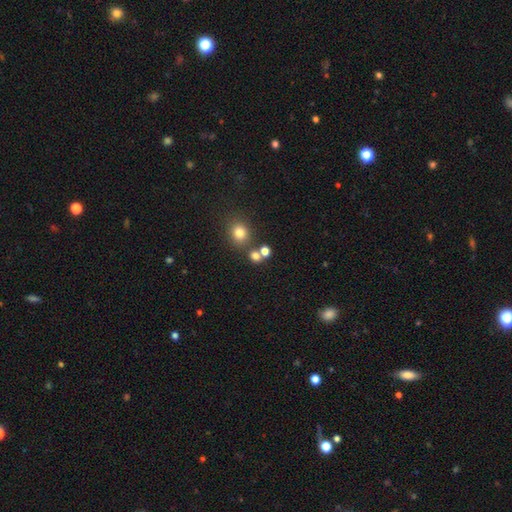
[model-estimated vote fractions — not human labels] Q: Smooth or featured?
A: smooth (73%); runner-up: star or artifact (18%)
Q: How rounded?
A: round (76%); runner-up: in between (23%)
Q: Merging?
A: none (60%); runner-up: merger (27%)